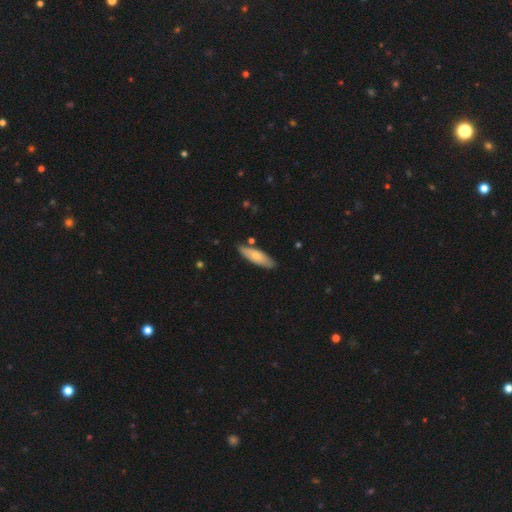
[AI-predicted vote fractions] This appears to be a smooth galaxy with no disk features (68%) that is cigar-shaped (51%). Merging: none (81%).